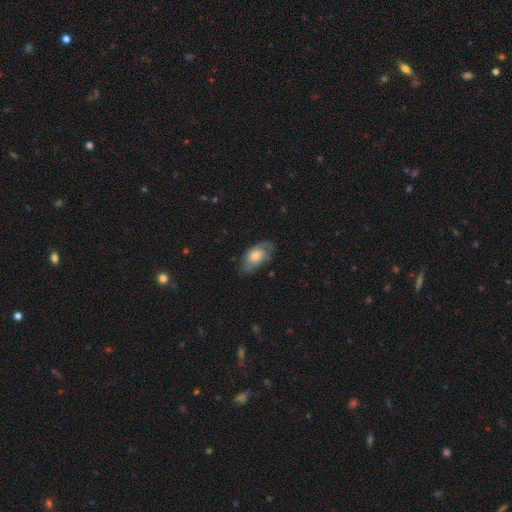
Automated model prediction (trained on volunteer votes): Q: Smooth or featured?
A: smooth (56%); runner-up: featured or disk (37%)
Q: How rounded?
A: in between (91%); runner-up: round (5%)
Q: Merging?
A: none (63%); runner-up: minor disturbance (26%)